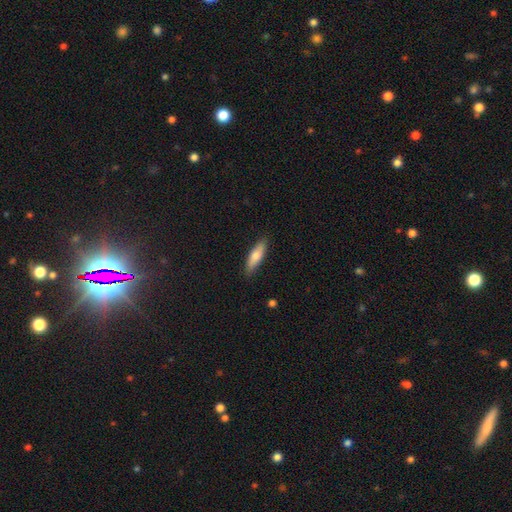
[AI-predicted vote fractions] The model was most divided on "how rounded": cigar-shaped: 58%, in between: 40%, round: 2%. More confident: merging — none (85%); smooth or featured — smooth (72%).